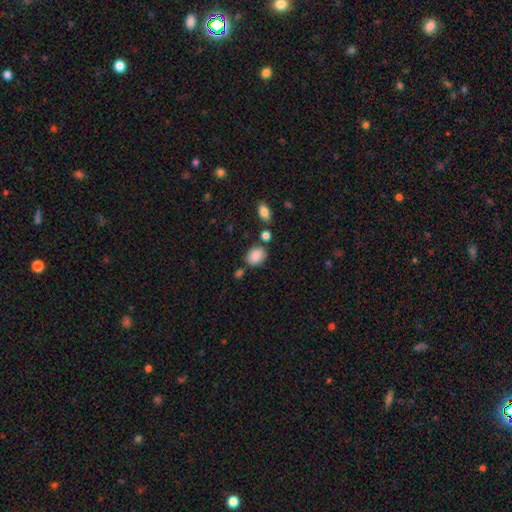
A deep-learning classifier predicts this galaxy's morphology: A smooth galaxy with no disk features (87%) that is in between round and cigar-shaped (62%). Merging: none (71%).